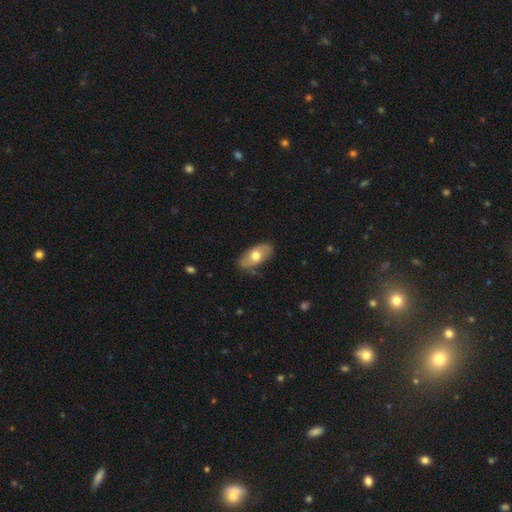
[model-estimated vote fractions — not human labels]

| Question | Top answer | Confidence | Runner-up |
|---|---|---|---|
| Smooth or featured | smooth | 59% | featured or disk (36%) |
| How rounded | in between | 92% | round (5%) |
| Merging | none | 77% | minor disturbance (18%) |